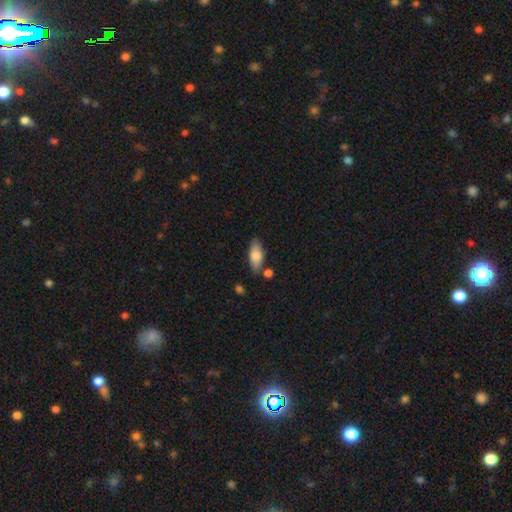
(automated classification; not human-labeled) smooth_or_featured: smooth (p=0.78) [alt: featured or disk p=0.16]
how_rounded: in between (p=0.80) [alt: cigar-shaped p=0.17]
merging: none (p=0.75) [alt: minor disturbance p=0.15]